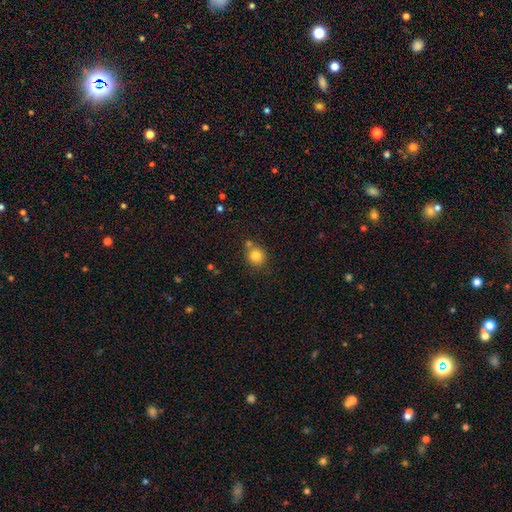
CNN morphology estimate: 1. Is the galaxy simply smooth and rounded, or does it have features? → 82% smooth, 11% star or artifact, 7% featured or disk.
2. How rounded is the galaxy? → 88% round, 11% in between, 1% cigar-shaped.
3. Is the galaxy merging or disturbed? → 69% none, 17% merger, 11% minor disturbance, 3% major disturbance.